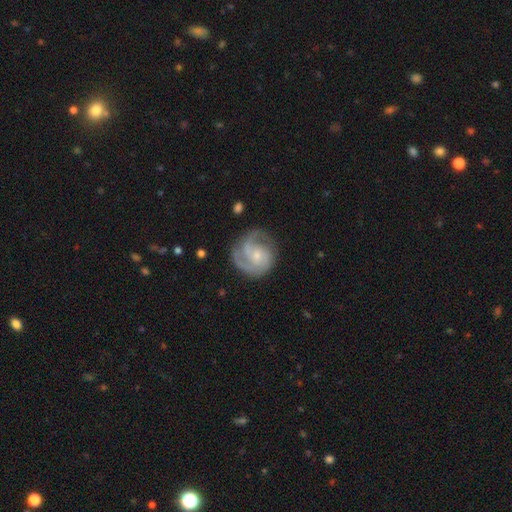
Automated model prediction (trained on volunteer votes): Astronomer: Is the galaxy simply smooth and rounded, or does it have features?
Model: featured or disk — 83%.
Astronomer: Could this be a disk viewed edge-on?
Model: no — 98%.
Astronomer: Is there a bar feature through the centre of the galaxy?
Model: no — 59% (runner-up: weak, 34%).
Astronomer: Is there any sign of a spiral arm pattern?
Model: yes — 96%.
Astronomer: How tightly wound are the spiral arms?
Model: medium — 44%, tied with tight at 44%.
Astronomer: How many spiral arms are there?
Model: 2 — 41% (runner-up: 3, 32%).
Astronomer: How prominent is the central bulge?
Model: small — 65%.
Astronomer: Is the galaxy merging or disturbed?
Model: none — 71%.